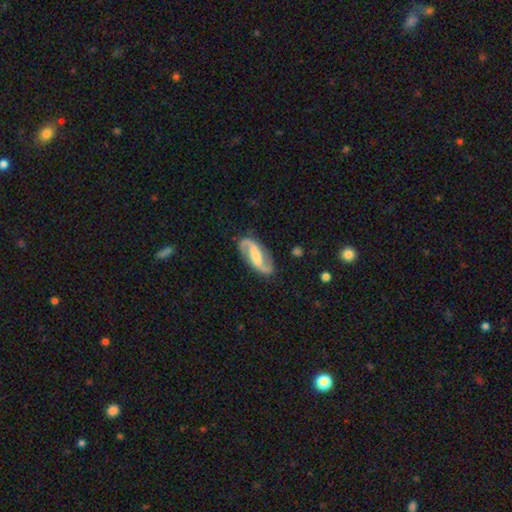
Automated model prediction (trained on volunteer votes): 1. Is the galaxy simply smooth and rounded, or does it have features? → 89% featured or disk, 7% smooth, 4% star or artifact.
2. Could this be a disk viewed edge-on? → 97% no, 3% yes.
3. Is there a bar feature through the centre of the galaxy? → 43% strong, 37% weak, 20% no.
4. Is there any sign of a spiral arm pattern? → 97% yes, 3% no.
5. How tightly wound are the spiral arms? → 46% medium, 41% loose, 14% tight.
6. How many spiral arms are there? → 94% 2, 2% can't tell, 1% 1, 1% 3, 1% 4, 1% more than 4.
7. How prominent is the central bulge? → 34% moderate, 25% small, 24% none, 15% large, 2% dominant.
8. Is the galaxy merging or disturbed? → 84% none, 11% minor disturbance, 4% major disturbance, 2% merger.